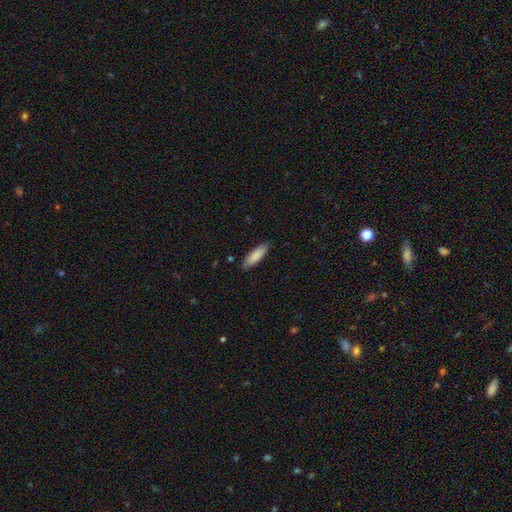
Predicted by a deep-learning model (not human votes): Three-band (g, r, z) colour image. It shows a smooth galaxy with no disk features (86%) that is cigar-shaped (50%). Merging: none (86%).